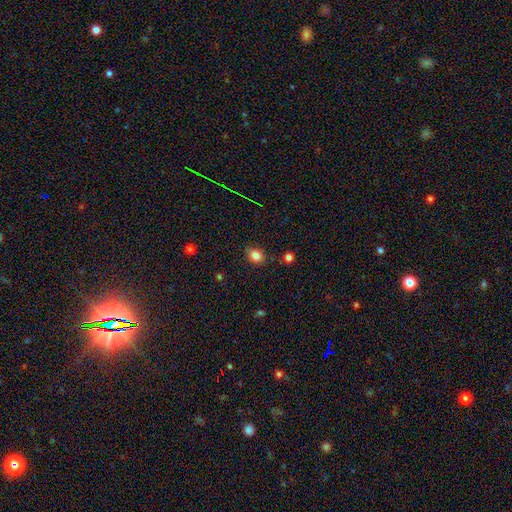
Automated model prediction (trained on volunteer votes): Q: Smooth or featured?
A: smooth (82%); runner-up: star or artifact (12%)
Q: How rounded?
A: round (52%); runner-up: in between (47%)
Q: Merging?
A: none (83%); runner-up: minor disturbance (12%)